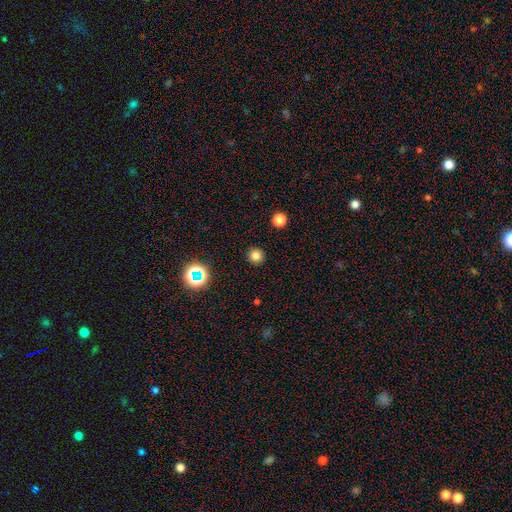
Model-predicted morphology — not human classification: A smooth galaxy with no disk features (80%) that is round (94%). Merging: none (92%).